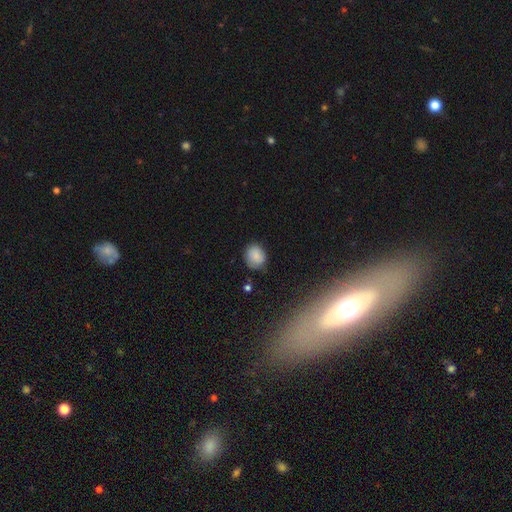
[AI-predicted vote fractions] A smooth galaxy with no disk features (83%) that is round (63%). Merging: none (76%).